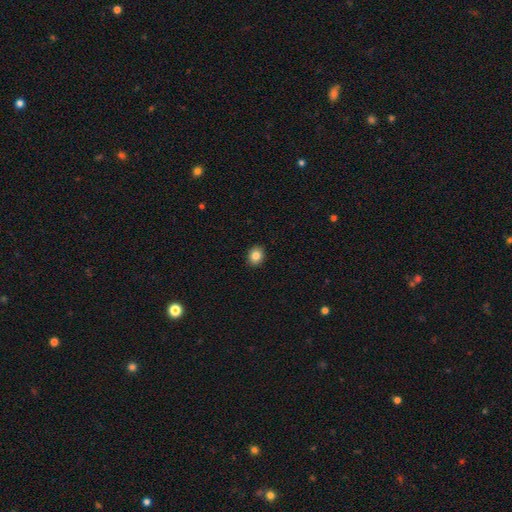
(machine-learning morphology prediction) Smooth or featured? Predicted: smooth (p=0.85). How rounded? Predicted: round (p=0.57). Merging? Predicted: none (p=0.91).